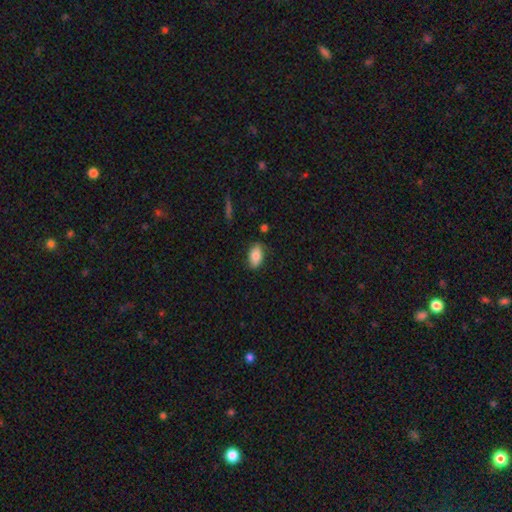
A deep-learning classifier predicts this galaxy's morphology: A smooth galaxy with no disk features (83%) that is in between round and cigar-shaped (92%). Merging: none (80%).